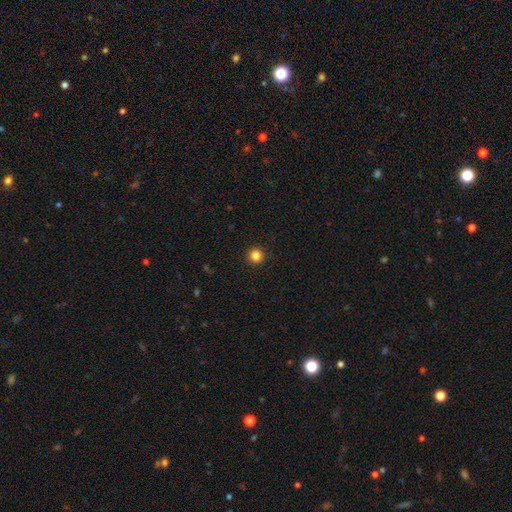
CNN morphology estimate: smooth-or-featured: smooth: 83% | star or artifact: 12% | featured or disk: 4%
  how-rounded: round: 96% | in between: 3% | cigar-shaped: 1%
  merging: none: 93% | minor disturbance: 4% | major disturbance: 2% | merger: 1%